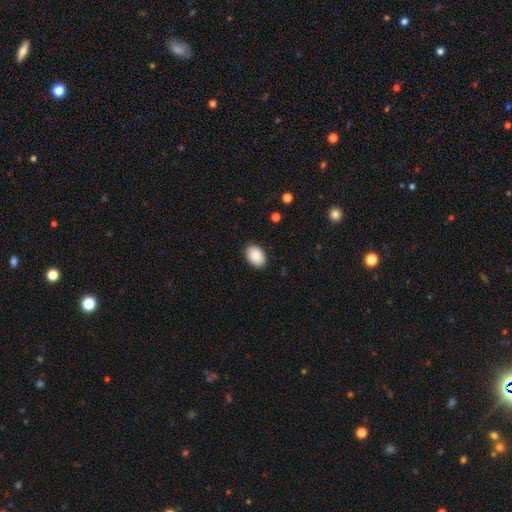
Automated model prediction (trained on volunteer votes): smooth-or-featured: smooth: 91% | star or artifact: 6% | featured or disk: 3%
  how-rounded: in between: 86% | round: 13% | cigar-shaped: 1%
  merging: none: 90% | minor disturbance: 7% | major disturbance: 2% | merger: 1%